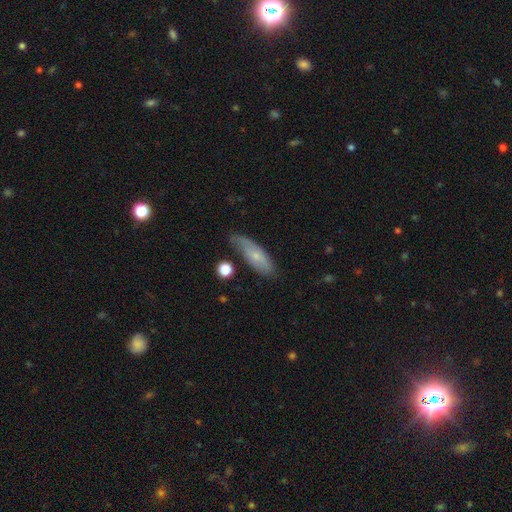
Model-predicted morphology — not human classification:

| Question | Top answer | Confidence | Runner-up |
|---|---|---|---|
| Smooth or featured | smooth | 58% | featured or disk (35%) |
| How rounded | in between | 60% | cigar-shaped (38%) |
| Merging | none | 60% | minor disturbance (28%) |